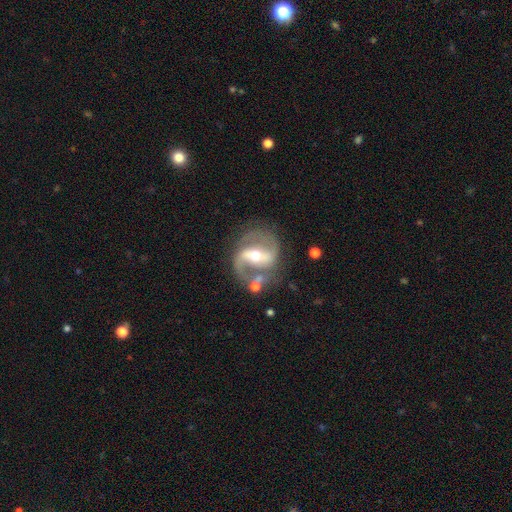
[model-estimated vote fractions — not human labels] featured or disk 88%, smooth 7%, star or artifact 6%. Down the decision tree: edge-on disk — no (96%); bar — strong (56%); spiral arms — yes (94%); spiral arm count — 2 (89%); spiral winding — medium (53%); bulge size — moderate (63%); merging — none (68%).